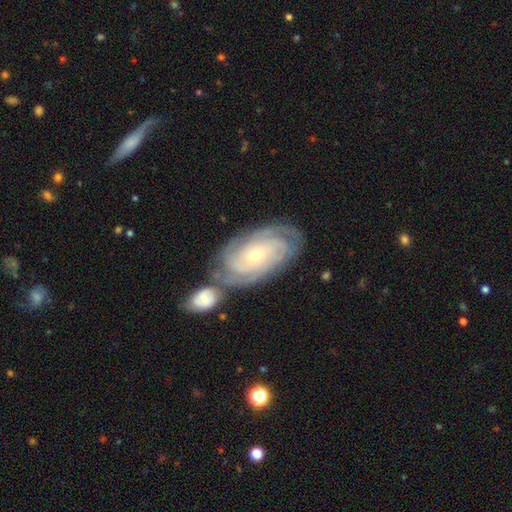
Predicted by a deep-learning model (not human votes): This is clearly a featured or disk galaxy (86%). It is clearly not viewed edge-on (96%). Bar: likely no (75%). Spiral arm pattern: clearly yes (97%). Spiral arm count: marginally can't tell (29%). Spiral winding: likely tight (80%). Central bulge: likely small (74%). Merging: likely none (61%).